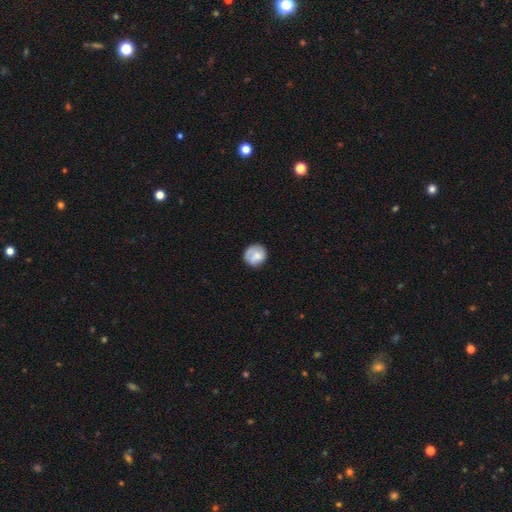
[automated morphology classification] Smooth or featured? smooth (71%)
How rounded? round (83%)
Merging? none (70%)